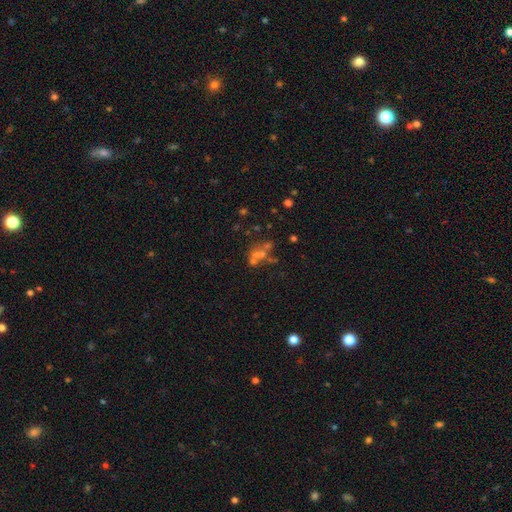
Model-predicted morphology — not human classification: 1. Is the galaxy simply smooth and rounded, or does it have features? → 37% star or artifact, 34% featured or disk, 30% smooth.